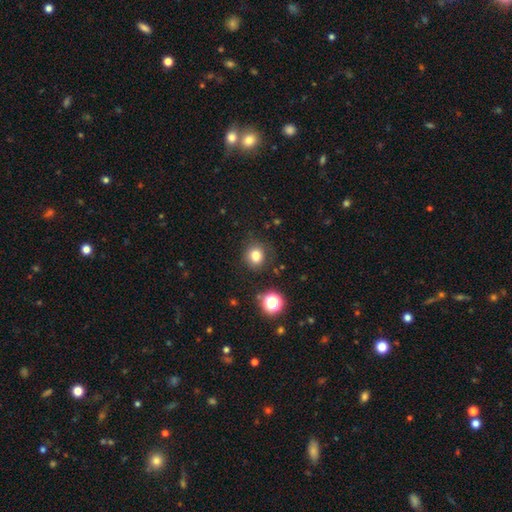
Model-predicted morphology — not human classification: smooth 80%, star or artifact 14%, featured or disk 6%. Down the decision tree: how rounded — round (80%); merging — none (84%).